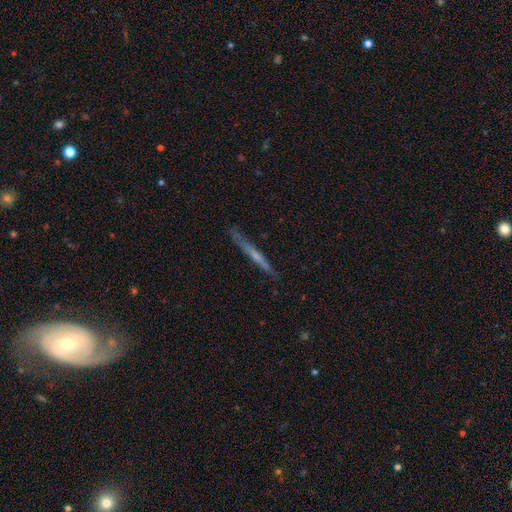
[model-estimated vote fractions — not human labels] This appears to be a featured or disk galaxy (53%) viewed edge-on (94%). Merging: none (82%).